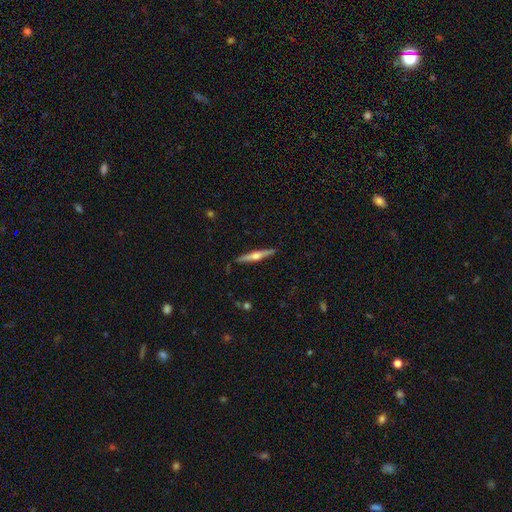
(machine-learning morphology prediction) Overall: featured or disk (69%). Edge-on disk: yes (98%). Edge-on bulge: rounded (91%). Merging: none (90%).